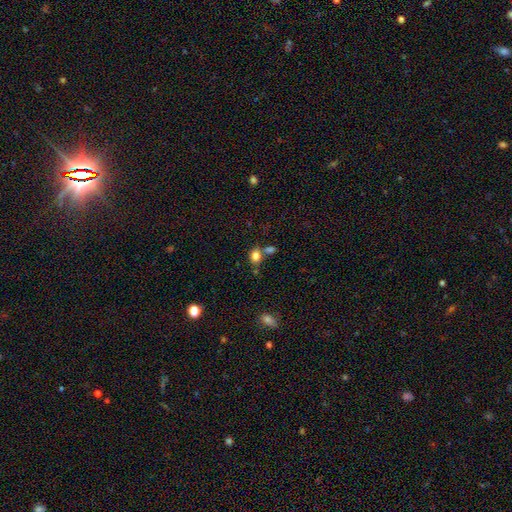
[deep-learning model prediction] This is clearly a smooth galaxy (81%). How rounded: possibly in between (53%). Merging: possibly none (54%).